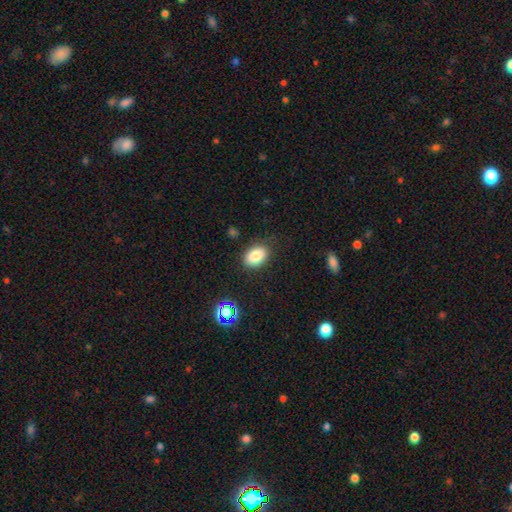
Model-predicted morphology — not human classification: Smooth or featured? smooth (83%)
How rounded? in between (83%)
Merging? none (81%)